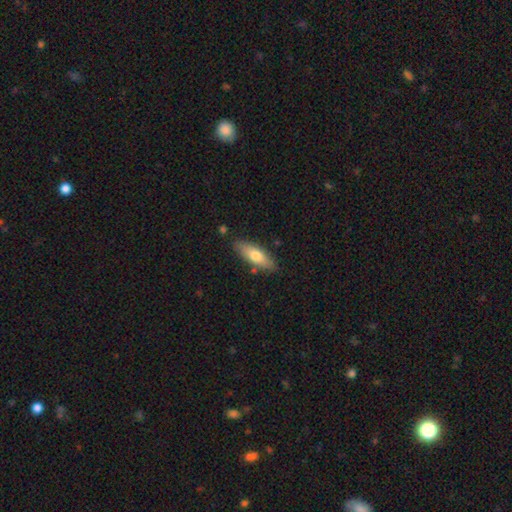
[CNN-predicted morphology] type=smooth (68%); roundness=in between (57%); merging=none (82%).